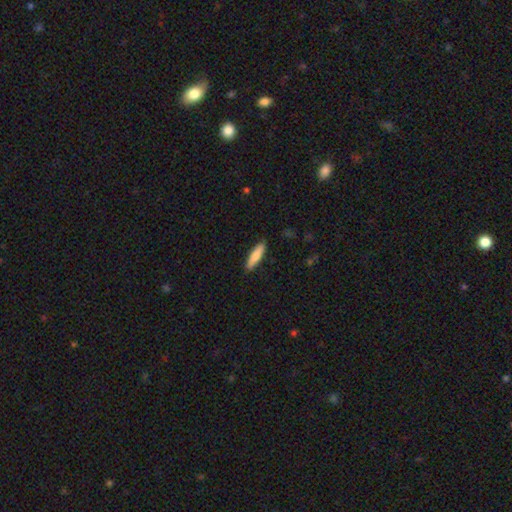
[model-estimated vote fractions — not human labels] A smooth galaxy with no disk features (78%) that is cigar-shaped (76%).

Vote fractions:
- Smooth or featured? smooth: 78% / featured or disk: 16% / star or artifact: 5%
- How rounded? cigar-shaped: 76% / in between: 22% / round: 1%
- Merging? none: 89% / minor disturbance: 8% / major disturbance: 2% / merger: 1%